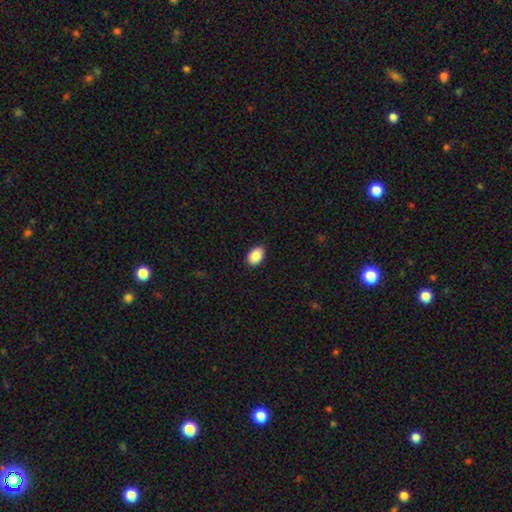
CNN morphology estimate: smooth 88%, star or artifact 7%, featured or disk 4%. Down the decision tree: how rounded — in between (85%); merging — none (89%).